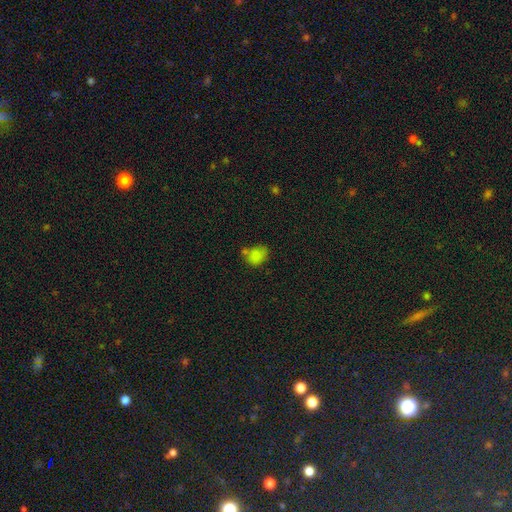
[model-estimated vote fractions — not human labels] Smooth or featured? Predicted: smooth (p=0.79). How rounded? Predicted: round (p=0.51). Merging? Predicted: none (p=0.47).